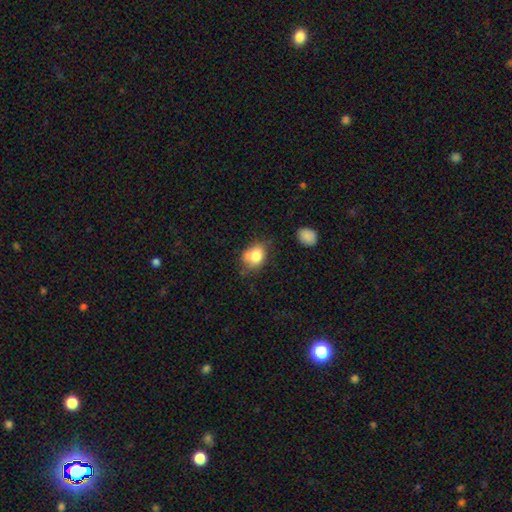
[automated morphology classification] A smooth galaxy with no disk features (79%) that is in between round and cigar-shaped (60%). Merging: none (51%).